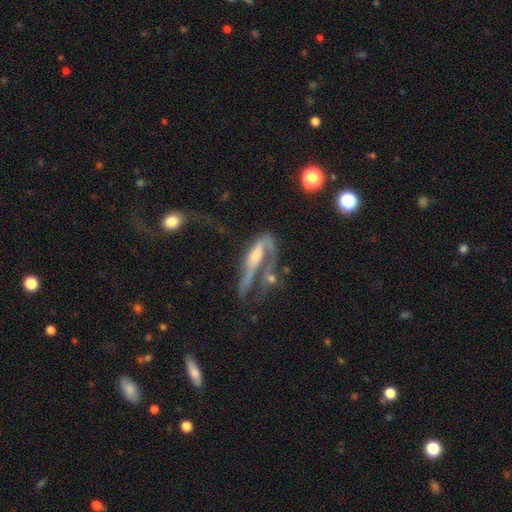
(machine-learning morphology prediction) The model was most divided on "merging": major disturbance: 39%, merger: 30%, none: 19%, minor disturbance: 13%. More confident: smooth or featured — featured or disk (68%); edge-on disk — no (66%).